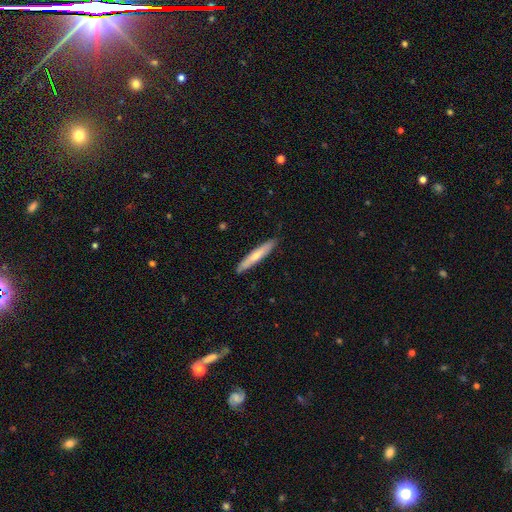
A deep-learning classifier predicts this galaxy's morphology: A smooth galaxy with no disk features (62%) that is cigar-shaped (93%).

Vote fractions:
- Smooth or featured? smooth: 62% / featured or disk: 33% / star or artifact: 5%
- How rounded? cigar-shaped: 93% / in between: 6% / round: 1%
- Merging? none: 89% / minor disturbance: 9% / major disturbance: 1% / merger: 1%